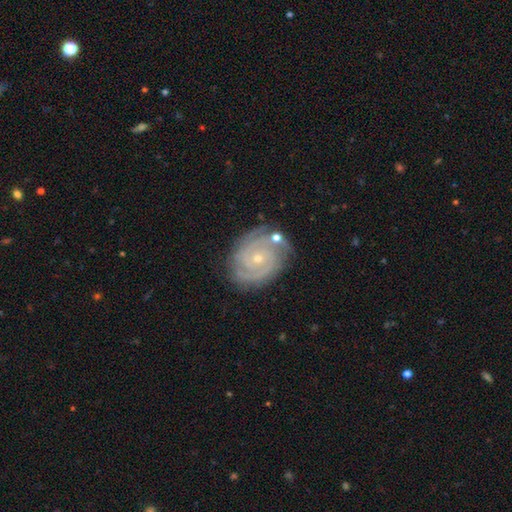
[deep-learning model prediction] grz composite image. It shows a featured or disk galaxy (79%) with no bar (67%), 2 (37%) tight (69%) spiral arms (95%) and a small central bulge (68%). Merging: none (78%).